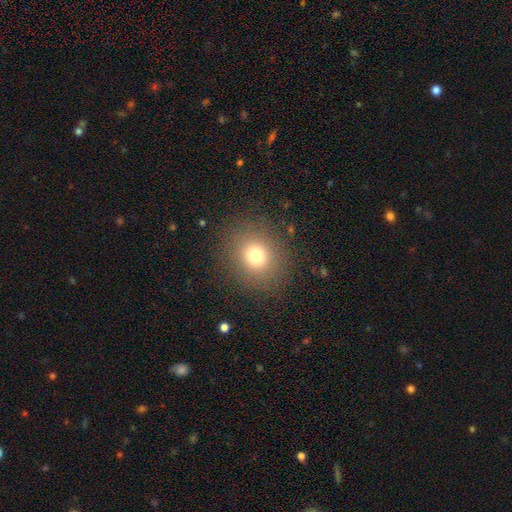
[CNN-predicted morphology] Overall: smooth (74%). How rounded: round (81%). Merging: none (87%).